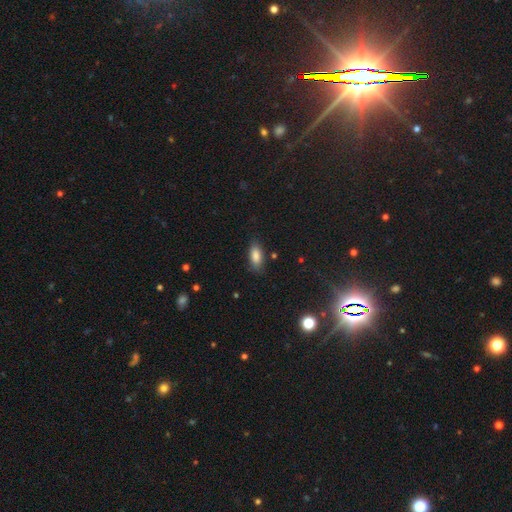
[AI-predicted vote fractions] Smooth or featured: smooth — 84% (star or artifact — 8%)
How rounded: in between — 86% (cigar-shaped — 11%)
Merging: none — 81% (minor disturbance — 14%)